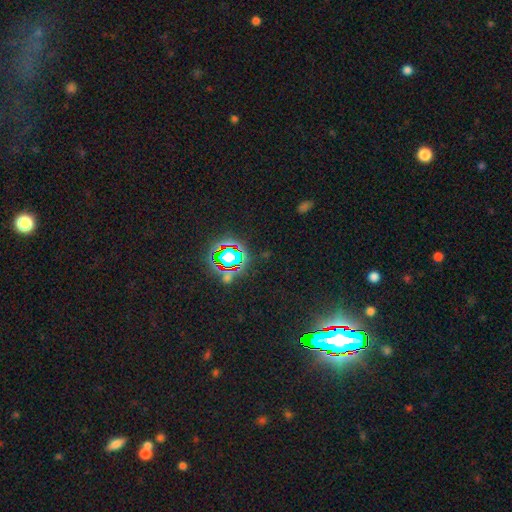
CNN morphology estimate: This appears to be a star or artifact, not a galaxy (83%).